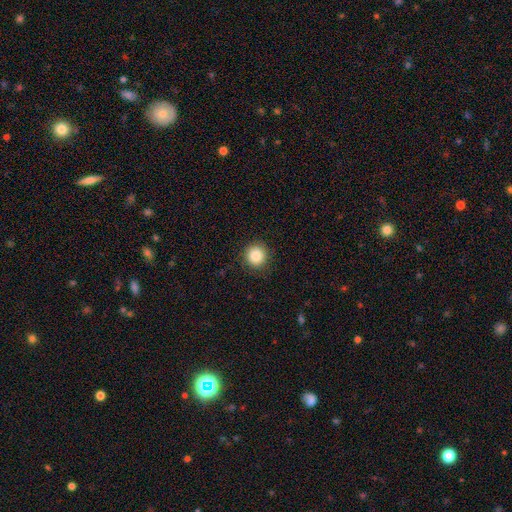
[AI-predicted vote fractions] smooth-or-featured: smooth: 86% | star or artifact: 10% | featured or disk: 4%
  how-rounded: round: 93% | in between: 6% | cigar-shaped: 1%
  merging: none: 90% | minor disturbance: 7% | major disturbance: 2% | merger: 1%